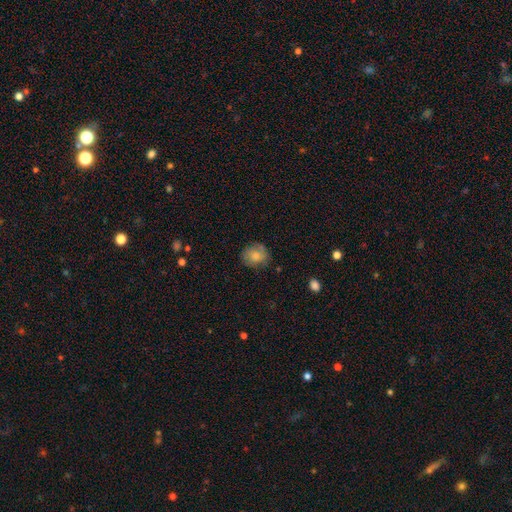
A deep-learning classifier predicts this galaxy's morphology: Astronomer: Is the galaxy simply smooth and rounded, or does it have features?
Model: smooth — 74%.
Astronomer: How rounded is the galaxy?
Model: round — 70%.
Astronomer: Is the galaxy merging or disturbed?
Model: none — 74%.